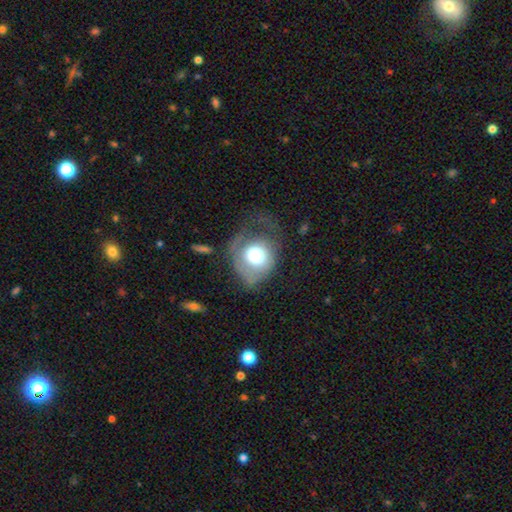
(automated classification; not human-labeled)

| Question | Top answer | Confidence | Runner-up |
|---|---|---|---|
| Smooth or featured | smooth | 56% | featured or disk (36%) |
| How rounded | round | 71% | in between (28%) |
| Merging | major disturbance | 40% | none (31%) |